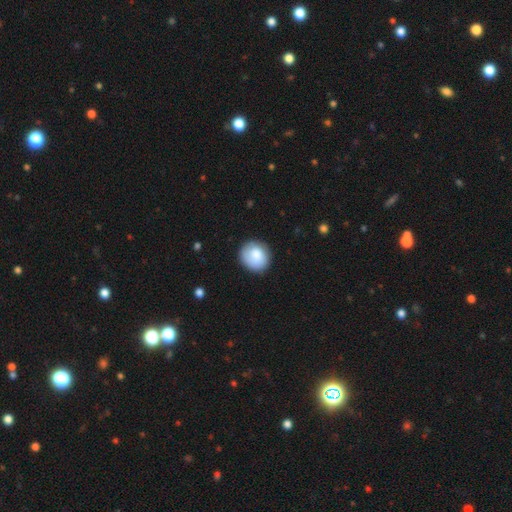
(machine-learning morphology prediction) Smooth or featured? smooth (81%)
How rounded? round (84%)
Merging? none (81%)